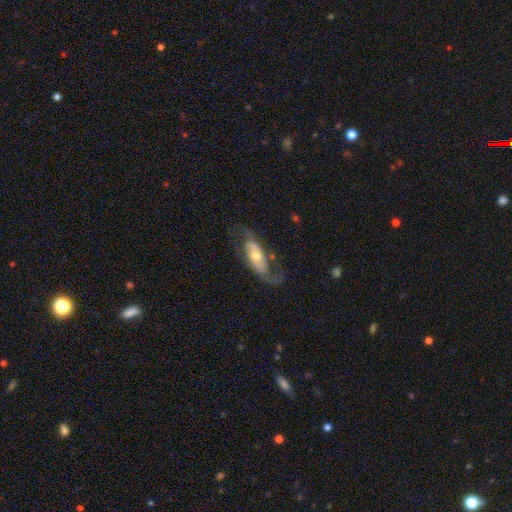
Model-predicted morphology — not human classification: A featured or disk galaxy (68%) with no bar (61%), spiral arms (77%) and a moderate central bulge (58%). Merging: none (59%).